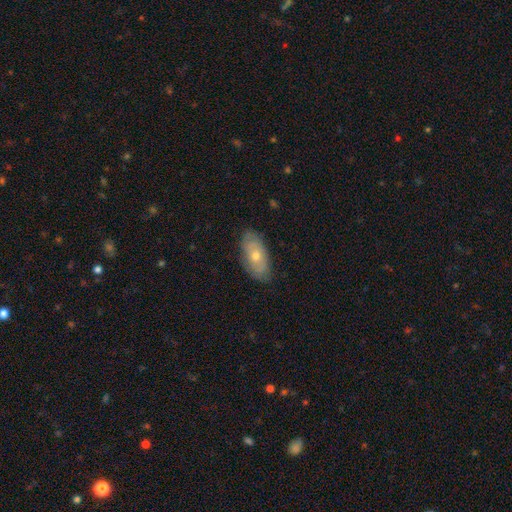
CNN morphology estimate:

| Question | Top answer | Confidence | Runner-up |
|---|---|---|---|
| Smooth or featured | smooth | 49% | featured or disk (44%) |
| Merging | none | 82% | minor disturbance (14%) |